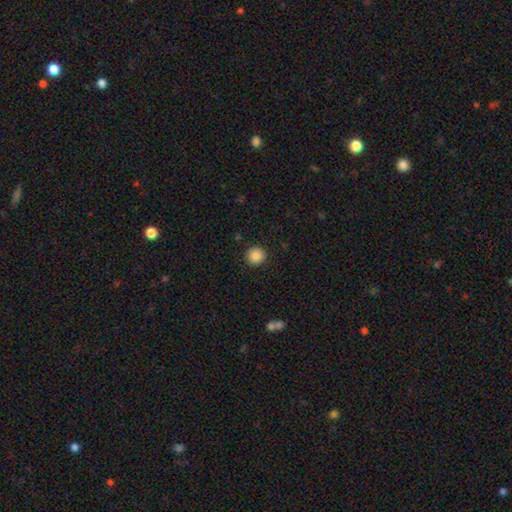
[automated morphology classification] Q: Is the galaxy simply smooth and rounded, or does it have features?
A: smooth — 87%.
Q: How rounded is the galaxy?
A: round — 95%.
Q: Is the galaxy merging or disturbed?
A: none — 92%.